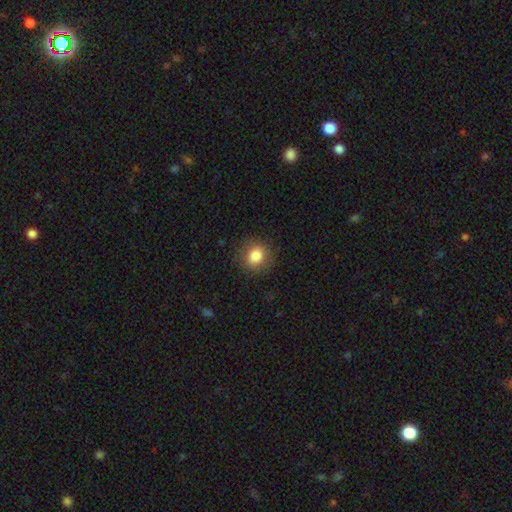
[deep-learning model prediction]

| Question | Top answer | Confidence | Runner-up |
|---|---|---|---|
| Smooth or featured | smooth | 83% | star or artifact (9%) |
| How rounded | round | 78% | in between (21%) |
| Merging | none | 85% | minor disturbance (10%) |